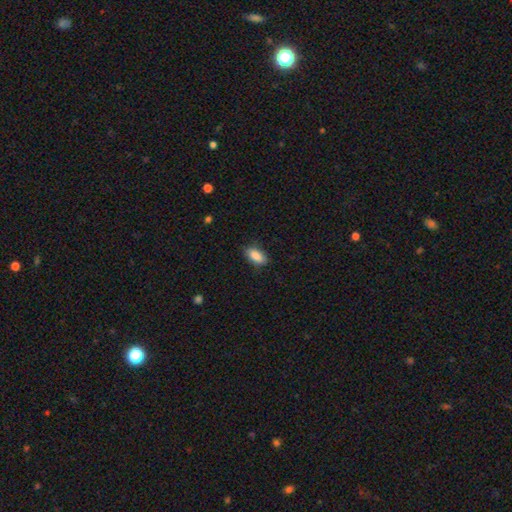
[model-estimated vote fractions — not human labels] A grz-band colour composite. It shows a smooth galaxy with no disk features (87%) that is in between round and cigar-shaped (90%). Merging: none (84%).